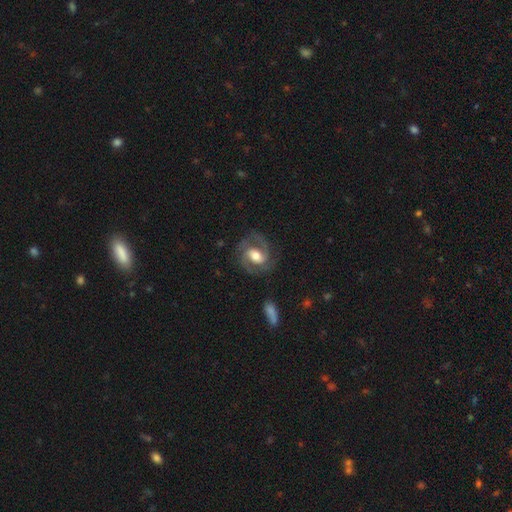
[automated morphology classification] featured or disk 85%, smooth 10%, star or artifact 5%. Down the decision tree: edge-on disk — no (98%); bar — weak (45%); spiral arms — yes (95%); spiral arm count — 2 (89%); spiral winding — medium (55%); bulge size — moderate (61%); merging — none (78%).